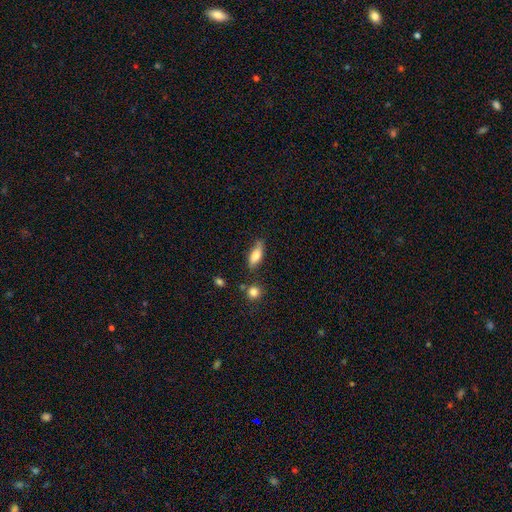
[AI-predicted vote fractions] A smooth galaxy with no disk features (74%) that is in between round and cigar-shaped (73%). Merging: none (63%).